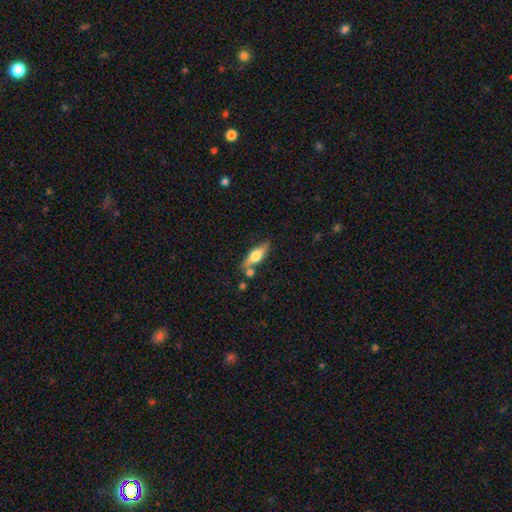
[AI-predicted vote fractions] Smooth or featured? smooth (58%)
How rounded? in between (52%)
Merging? none (70%)